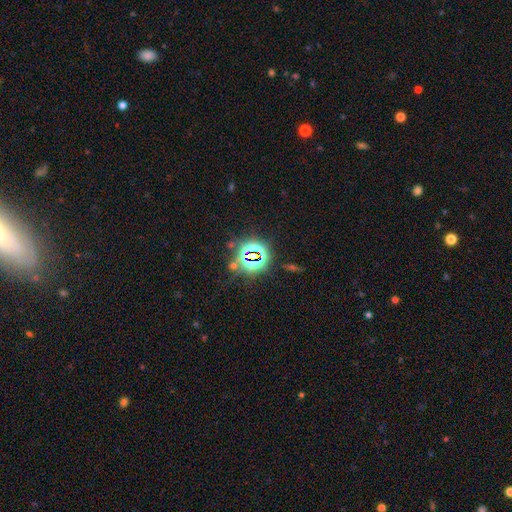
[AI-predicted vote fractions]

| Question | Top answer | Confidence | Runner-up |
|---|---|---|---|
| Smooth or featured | star or artifact | 74% | smooth (17%) |